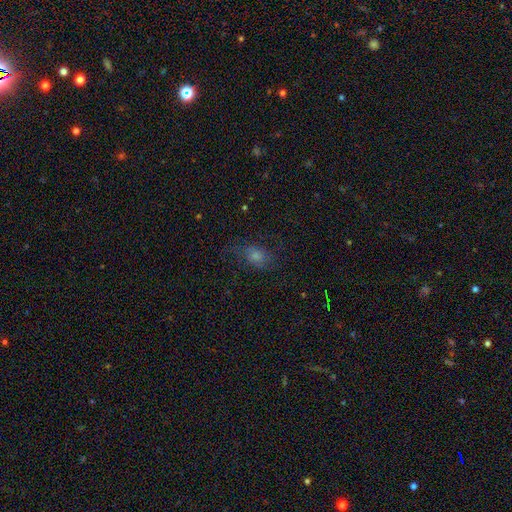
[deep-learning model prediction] smooth-or-featured: smooth: 54% | featured or disk: 27% | star or artifact: 19%
  how-rounded: in between: 65% | round: 32% | cigar-shaped: 3%
  merging: none: 61% | minor disturbance: 21% | major disturbance: 17% | merger: 2%